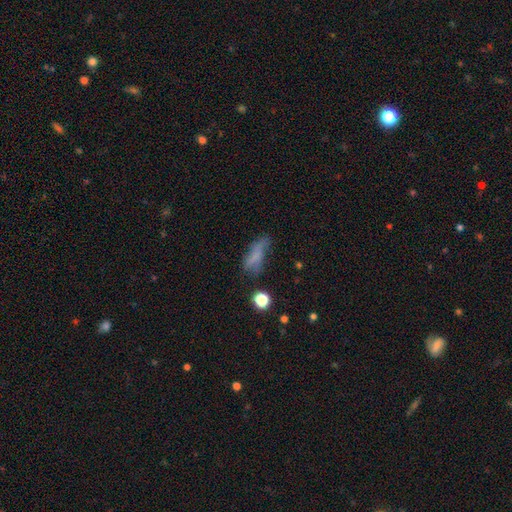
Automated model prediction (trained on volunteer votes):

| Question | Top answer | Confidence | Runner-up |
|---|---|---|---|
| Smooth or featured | smooth | 63% | featured or disk (22%) |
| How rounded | in between | 59% | cigar-shaped (36%) |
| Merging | none | 42% | minor disturbance (30%) |